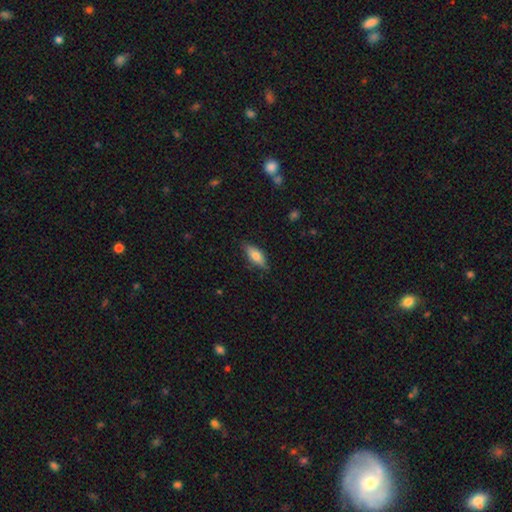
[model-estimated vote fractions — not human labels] A smooth galaxy with no disk features (71%) that is in between round and cigar-shaped (69%). Merging: none (79%).